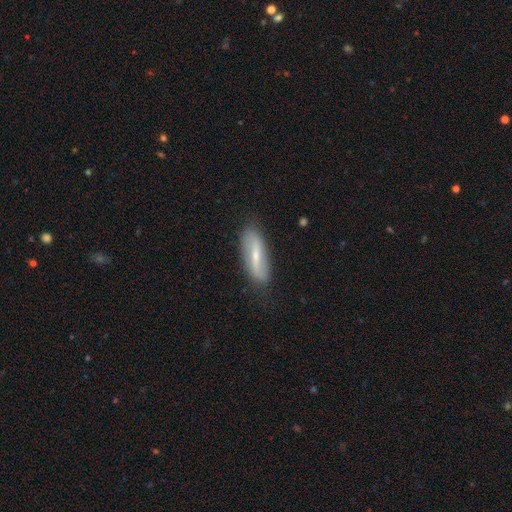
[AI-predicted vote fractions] Smooth or featured? featured or disk (56%)
Edge-on disk? no (79%)
Merging? none (83%)